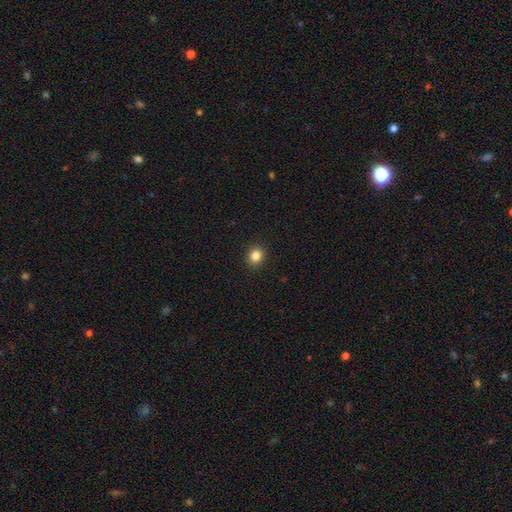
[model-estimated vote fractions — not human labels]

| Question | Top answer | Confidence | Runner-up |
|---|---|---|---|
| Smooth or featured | smooth | 85% | star or artifact (11%) |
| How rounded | round | 80% | in between (19%) |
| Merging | none | 92% | minor disturbance (6%) |